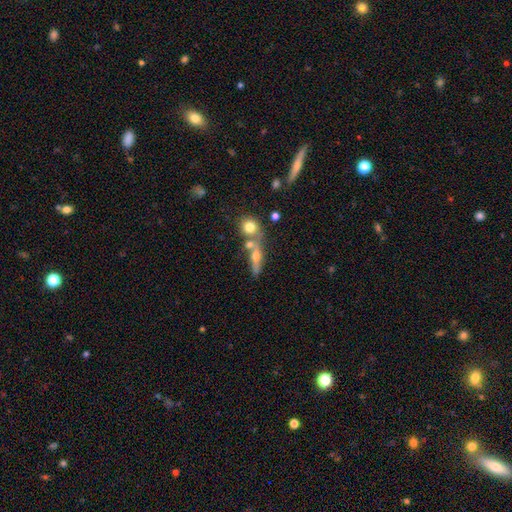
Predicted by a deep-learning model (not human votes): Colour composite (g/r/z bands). It shows a featured or disk galaxy (49%). Merging: none (48%).